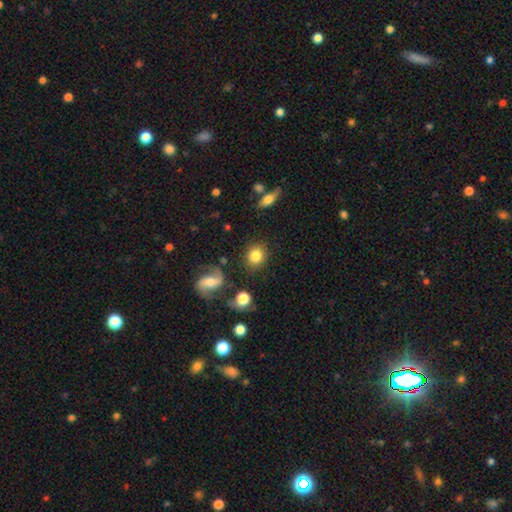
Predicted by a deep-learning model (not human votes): smooth_or_featured: smooth (p=0.81) [alt: featured or disk p=0.11]
how_rounded: round (p=0.78) [alt: in between p=0.21]
merging: none (p=0.84) [alt: minor disturbance p=0.09]